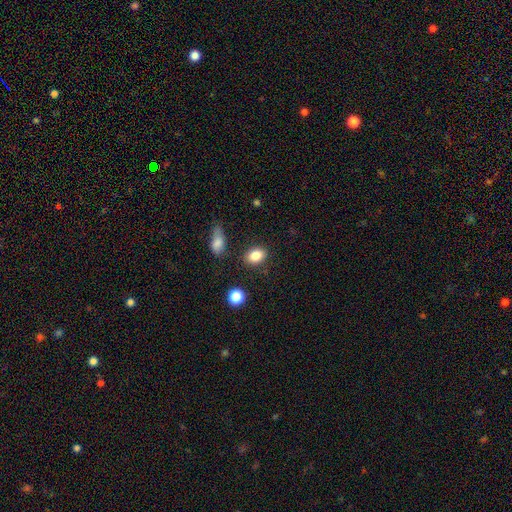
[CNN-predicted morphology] smooth-or-featured: smooth: 85% | star or artifact: 9% | featured or disk: 6%
  how-rounded: in between: 74% | round: 25% | cigar-shaped: 1%
  merging: none: 81% | minor disturbance: 11% | merger: 4% | major disturbance: 3%